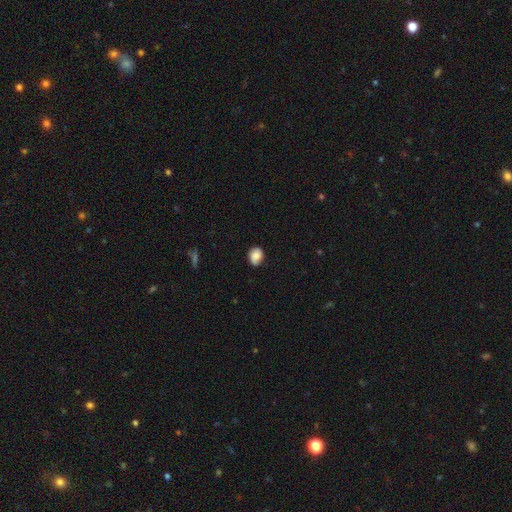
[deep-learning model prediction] A smooth galaxy with no disk features (81%) that is in between round and cigar-shaped (51%).

Vote fractions:
- Smooth or featured? smooth: 81% / featured or disk: 10% / star or artifact: 9%
- How rounded? in between: 51% / round: 48% / cigar-shaped: 1%
- Merging? none: 70% / minor disturbance: 24% / major disturbance: 5% / merger: 2%